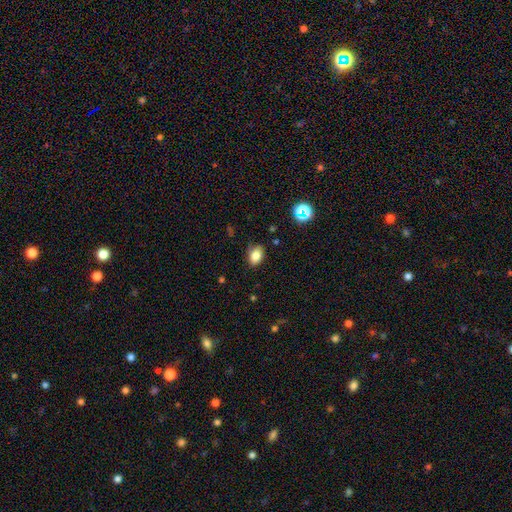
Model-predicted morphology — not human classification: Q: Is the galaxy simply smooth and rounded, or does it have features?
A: smooth — 81%.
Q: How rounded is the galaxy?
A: in between — 79%.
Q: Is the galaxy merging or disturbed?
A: none — 77%.